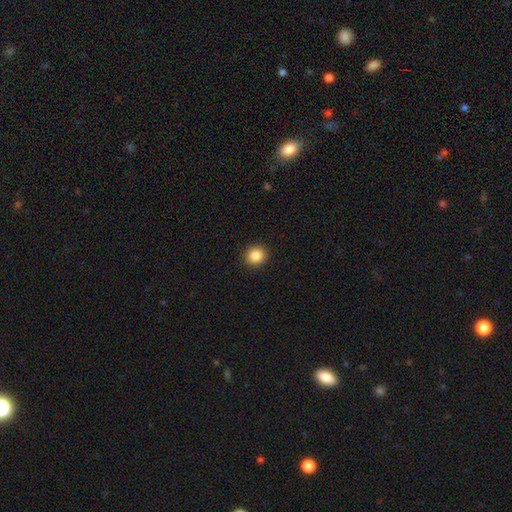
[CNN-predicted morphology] The model was most divided on "smooth or featured": smooth: 86%, star or artifact: 10%, featured or disk: 4%. More confident: merging — none (92%); how rounded — round (89%).